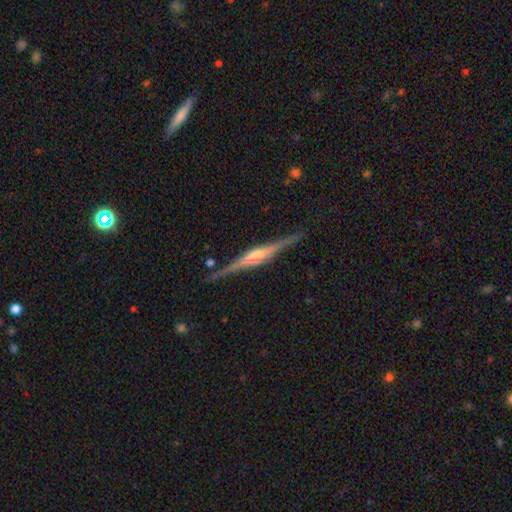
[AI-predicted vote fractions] This appears to be a featured or disk galaxy (83%) viewed edge-on (98%) with a rounded central bulge (63%). Merging: none (87%).